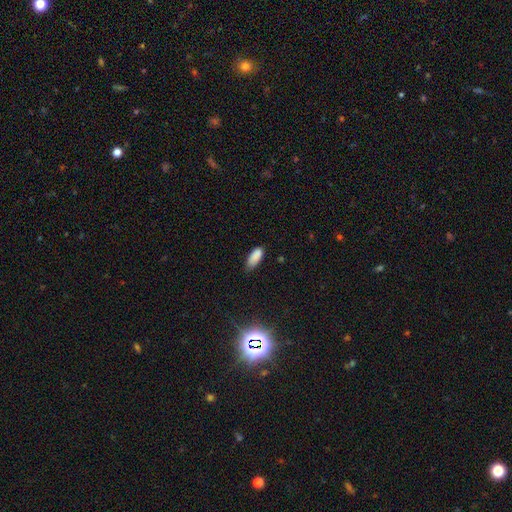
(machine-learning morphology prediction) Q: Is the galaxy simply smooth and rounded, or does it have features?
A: smooth — 86%.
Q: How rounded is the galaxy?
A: in between — 84%.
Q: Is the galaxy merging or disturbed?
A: none — 64%.